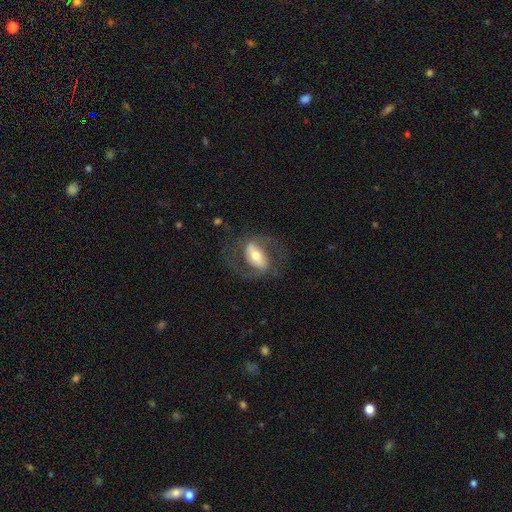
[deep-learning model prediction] A featured or disk galaxy (72%) with a strong bar (52%), 2 (88%) medium (52%) spiral arms (83%) and a moderate central bulge (62%). Merging: none (67%).